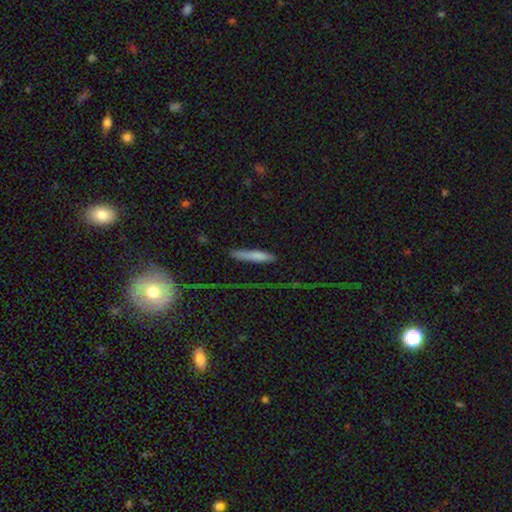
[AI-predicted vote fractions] smooth 71%, featured or disk 18%, star or artifact 10%. Down the decision tree: how rounded — cigar-shaped (86%); merging — none (71%).